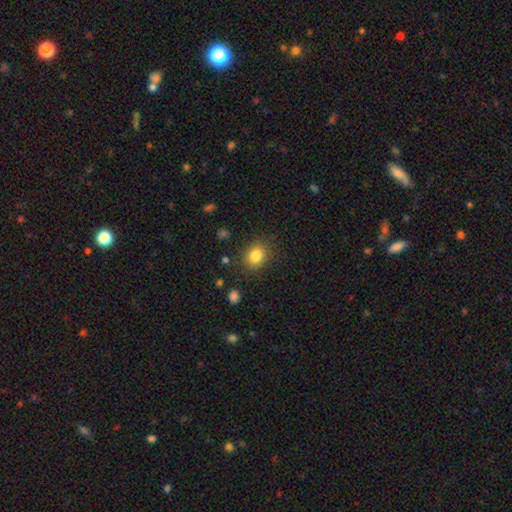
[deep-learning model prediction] This appears to be a smooth galaxy with no disk features (83%) that is round (52%). Merging: none (84%).